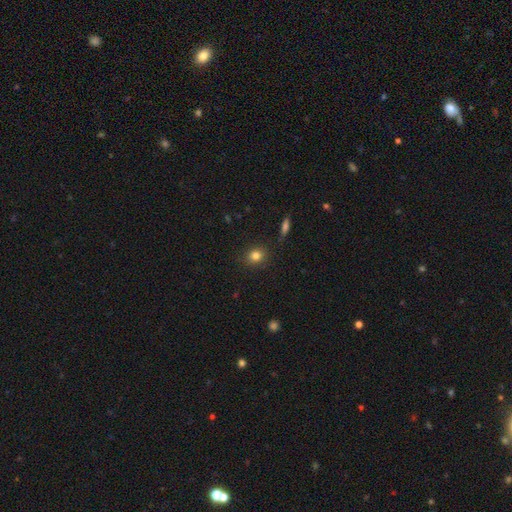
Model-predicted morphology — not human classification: Q: Smooth or featured?
A: smooth (82%); runner-up: star or artifact (11%)
Q: How rounded?
A: round (71%); runner-up: in between (28%)
Q: Merging?
A: none (88%); runner-up: minor disturbance (9%)